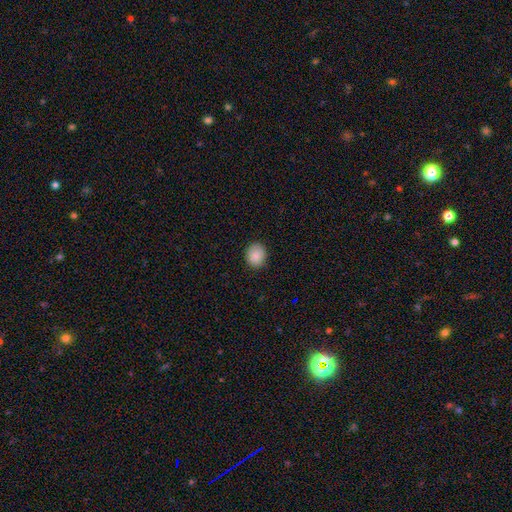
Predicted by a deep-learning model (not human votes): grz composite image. It shows a smooth galaxy with no disk features (87%) that is round (68%). Merging: none (87%).